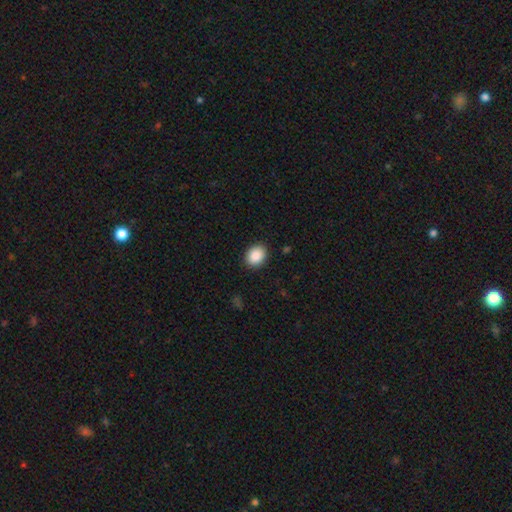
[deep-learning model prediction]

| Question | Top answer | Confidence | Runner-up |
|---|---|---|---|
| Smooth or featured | smooth | 90% | star or artifact (8%) |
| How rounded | in between | 58% | round (41%) |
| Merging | none | 89% | minor disturbance (8%) |